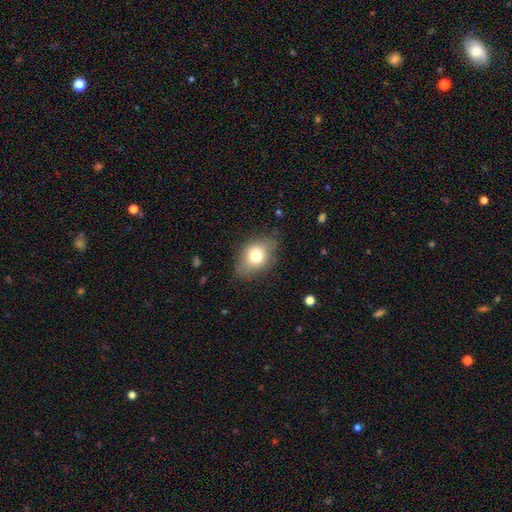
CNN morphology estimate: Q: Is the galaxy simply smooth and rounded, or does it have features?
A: smooth — 75%.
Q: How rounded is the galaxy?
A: in between — 76%.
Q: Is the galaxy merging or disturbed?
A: none — 73%.